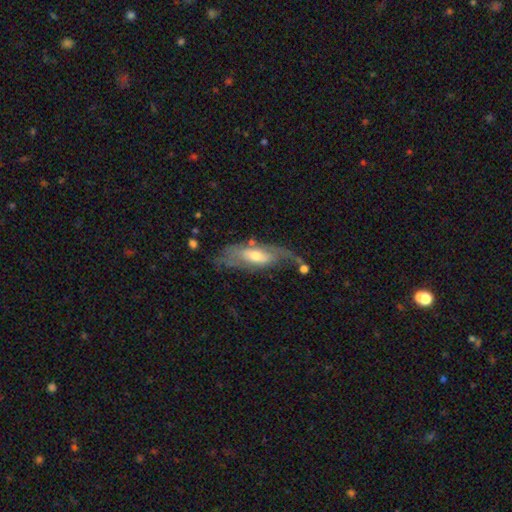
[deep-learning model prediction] Morphology: type=featured or disk (61%); edge-on=no (80%); merging=none (37%).